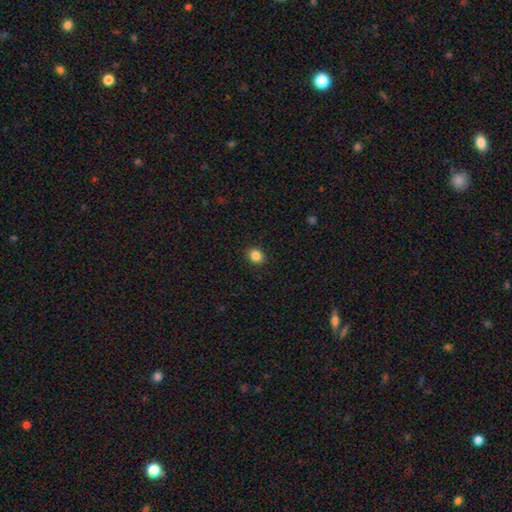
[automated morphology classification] Smooth or featured: smooth — 86% (star or artifact — 10%)
How rounded: round — 62% (in between — 37%)
Merging: none — 91% (minor disturbance — 6%)